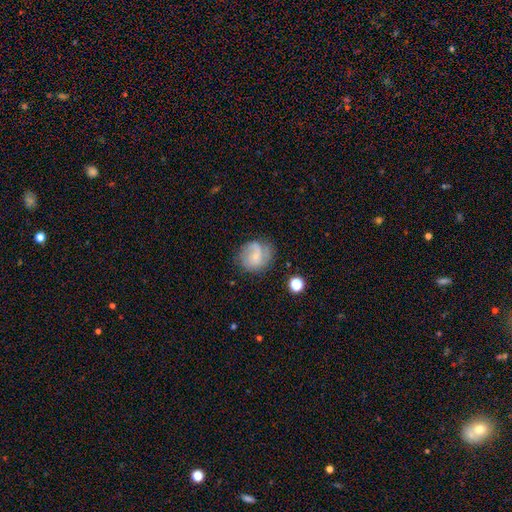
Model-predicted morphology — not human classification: featured or disk 56%, smooth 35%, star or artifact 9%. Down the decision tree: edge-on disk — no (98%); bar — no (56%); spiral arms — yes (85%); bulge size — small (68%); merging — none (62%).